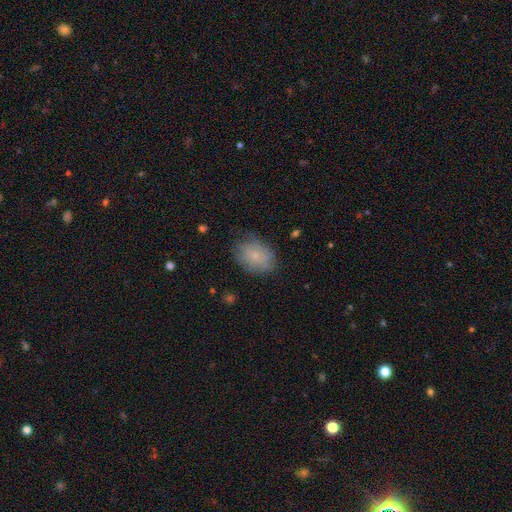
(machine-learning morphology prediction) Smooth or featured?
  - smooth: 66% *
  - featured or disk: 24%
  - star or artifact: 10%
How rounded?
  - in between: 73% *
  - round: 26%
  - cigar-shaped: 1%
Merging?
  - none: 69% *
  - minor disturbance: 23%
  - major disturbance: 7%
  - merger: 1%